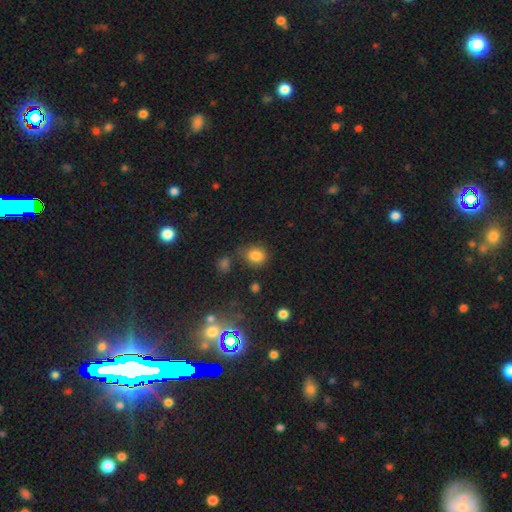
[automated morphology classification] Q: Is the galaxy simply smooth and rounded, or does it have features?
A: smooth — 81%.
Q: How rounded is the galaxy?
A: round — 62%.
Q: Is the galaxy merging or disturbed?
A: none — 70%.